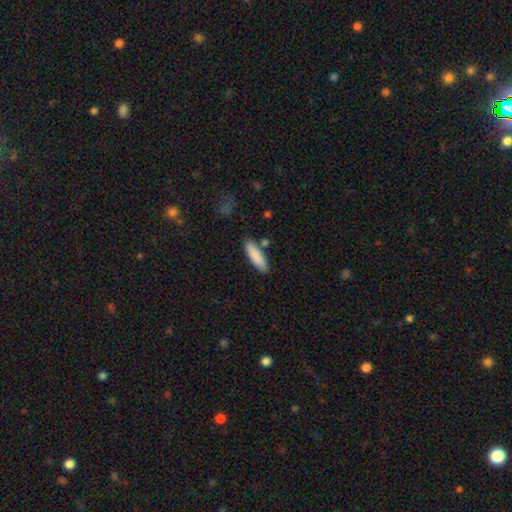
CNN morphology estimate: Q: Smooth or featured?
A: smooth (86%); runner-up: featured or disk (8%)
Q: How rounded?
A: cigar-shaped (56%); runner-up: in between (43%)
Q: Merging?
A: none (80%); runner-up: minor disturbance (11%)